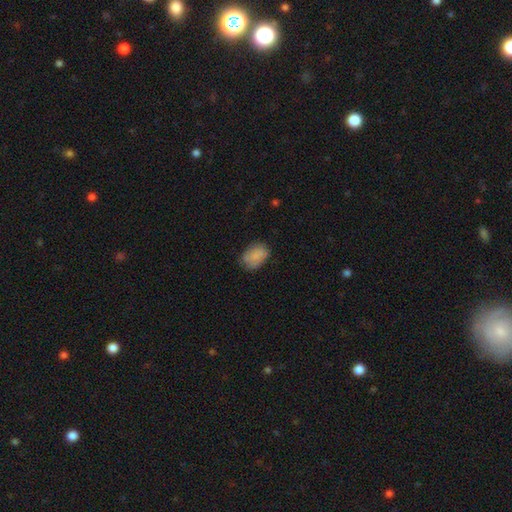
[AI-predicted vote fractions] smooth_or_featured: smooth (p=0.82) [alt: featured or disk p=0.11]
how_rounded: in between (p=0.82) [alt: round p=0.17]
merging: none (p=0.70) [alt: minor disturbance p=0.23]